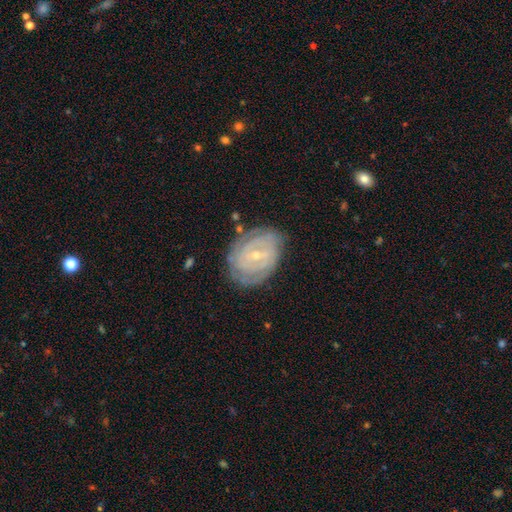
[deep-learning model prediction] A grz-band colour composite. It shows a featured or disk galaxy (81%) with a weak bar (46%), tight (75%) spiral arms (92%) and a small central bulge (74%). Merging: none (75%).